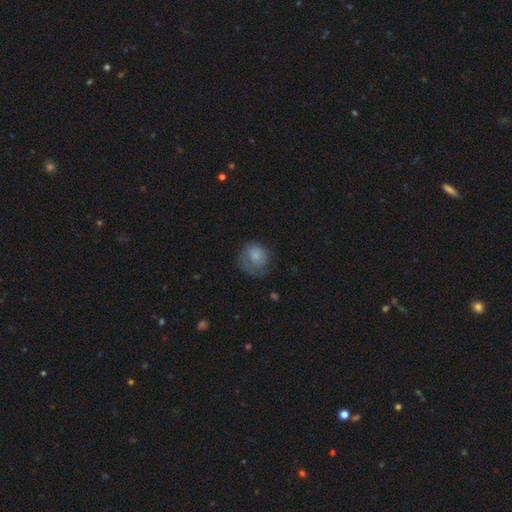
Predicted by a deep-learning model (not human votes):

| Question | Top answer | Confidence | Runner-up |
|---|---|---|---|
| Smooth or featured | smooth | 75% | featured or disk (17%) |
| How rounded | round | 78% | in between (21%) |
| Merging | none | 50% | minor disturbance (27%) |